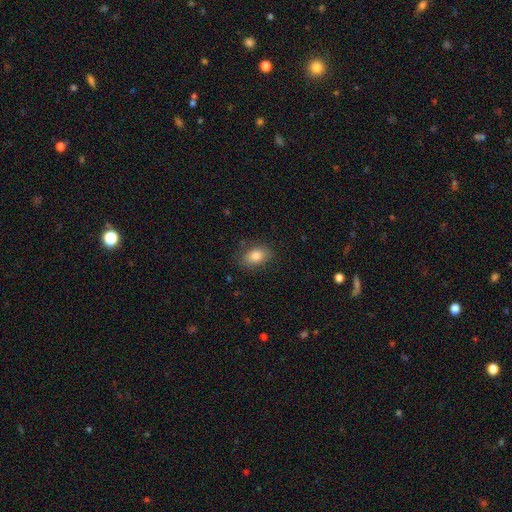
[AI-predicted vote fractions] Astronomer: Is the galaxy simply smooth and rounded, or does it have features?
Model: smooth — 83%.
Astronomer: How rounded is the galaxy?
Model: in between — 85%.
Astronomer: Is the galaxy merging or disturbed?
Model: none — 80%.